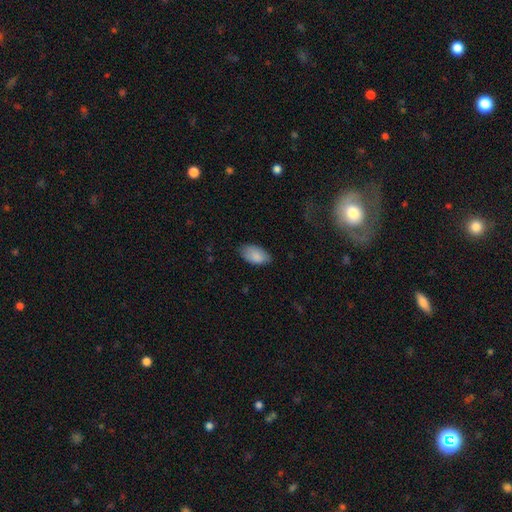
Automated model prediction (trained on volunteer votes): This appears to be a smooth galaxy with no disk features (87%) that is in between round and cigar-shaped (94%). Merging: none (71%).